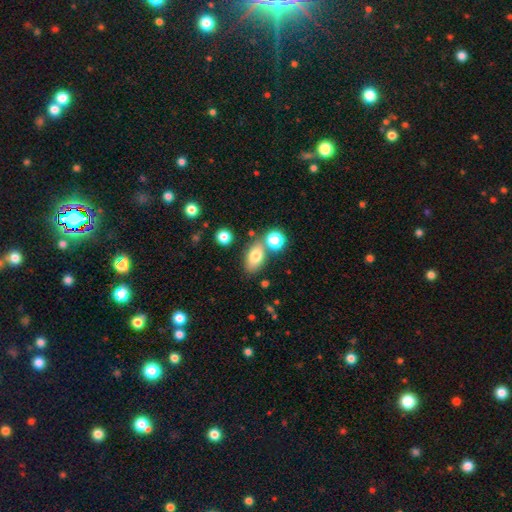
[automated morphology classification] smooth_or_featured: smooth (p=0.77) [alt: featured or disk p=0.13]
how_rounded: in between (p=0.84) [alt: round p=0.12]
merging: none (p=0.66) [alt: merger p=0.18]